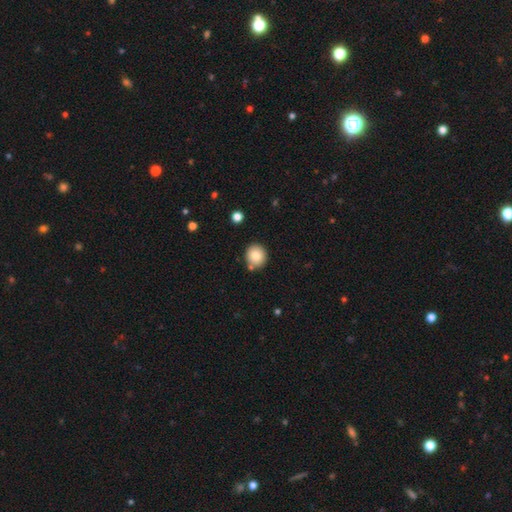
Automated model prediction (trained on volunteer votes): smooth_or_featured: smooth (p=0.81) [alt: featured or disk p=0.09]
how_rounded: round (p=0.86) [alt: in between p=0.14]
merging: none (p=0.78) [alt: minor disturbance p=0.11]